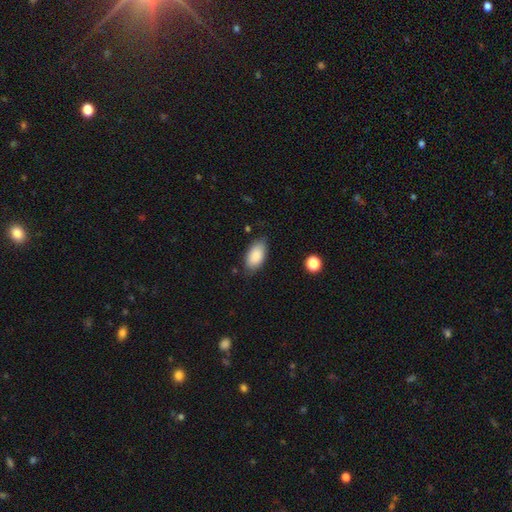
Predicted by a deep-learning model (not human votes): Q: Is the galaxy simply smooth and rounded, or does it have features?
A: smooth — 88%.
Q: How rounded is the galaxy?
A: in between — 94%.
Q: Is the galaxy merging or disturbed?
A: none — 77%.